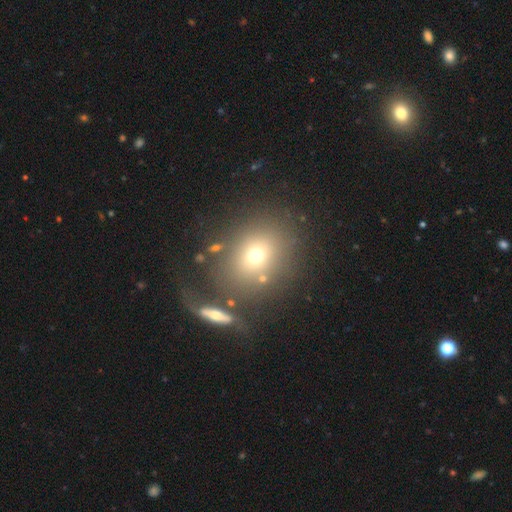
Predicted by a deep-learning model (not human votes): Morphology: type=smooth (67%); roundness=round (64%); merging=none (68%).